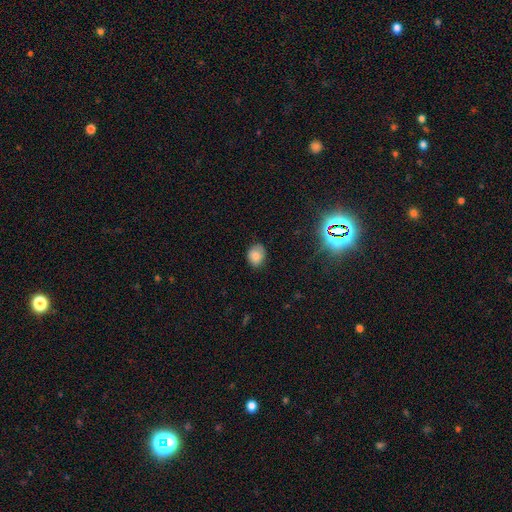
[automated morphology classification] smooth_or_featured: smooth (p=0.81) [alt: star or artifact p=0.11]
how_rounded: in between (p=0.55) [alt: round p=0.44]
merging: none (p=0.77) [alt: minor disturbance p=0.19]